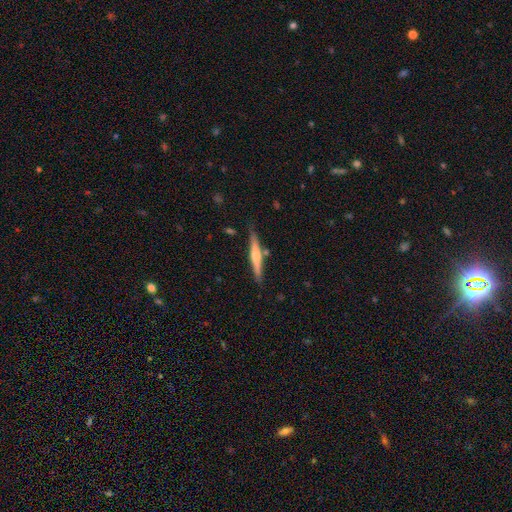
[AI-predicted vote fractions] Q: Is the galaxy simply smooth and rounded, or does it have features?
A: featured or disk — 57%.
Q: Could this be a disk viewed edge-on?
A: yes — 96%.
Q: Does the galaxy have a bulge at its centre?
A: rounded — 78%.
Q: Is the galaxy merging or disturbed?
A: none — 81%.